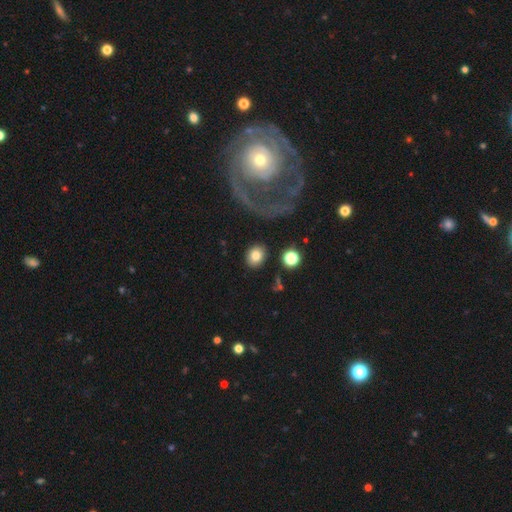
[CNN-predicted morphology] The model was most divided on "how rounded": round: 59%, in between: 40%, cigar-shaped: 1%. More confident: merging — none (85%); smooth or featured — smooth (80%).